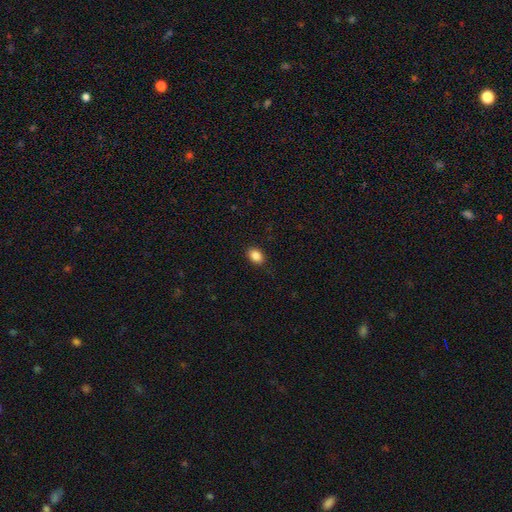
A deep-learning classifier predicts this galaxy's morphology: A smooth galaxy with no disk features (87%) that is in between round and cigar-shaped (75%). Merging: none (88%).